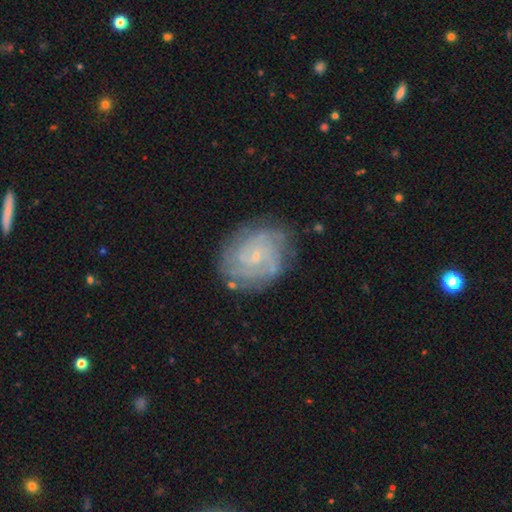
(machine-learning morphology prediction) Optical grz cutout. It shows a featured or disk galaxy (80%) with no bar (66%), tight (69%) spiral arms (95%) and a small central bulge (82%). Merging: none (78%).